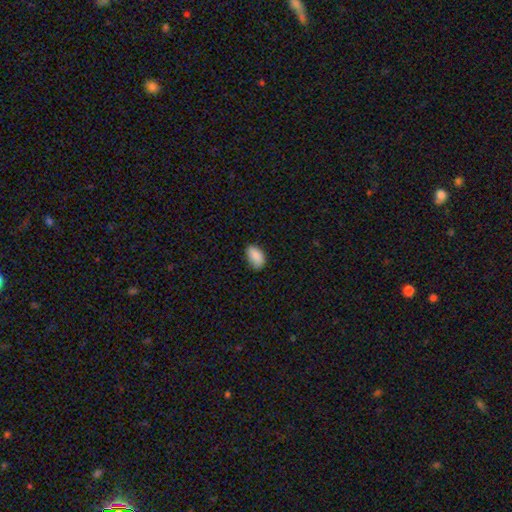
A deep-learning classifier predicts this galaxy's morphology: Smooth or featured: smooth — 86% (star or artifact — 7%)
How rounded: in between — 91% (round — 7%)
Merging: none — 70% (minor disturbance — 25%)